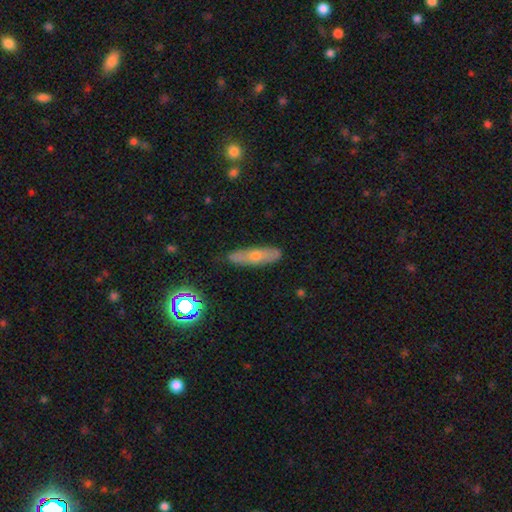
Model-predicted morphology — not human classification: This is possibly a smooth galaxy (51%). How rounded: likely cigar-shaped (66%). Merging: clearly none (83%).